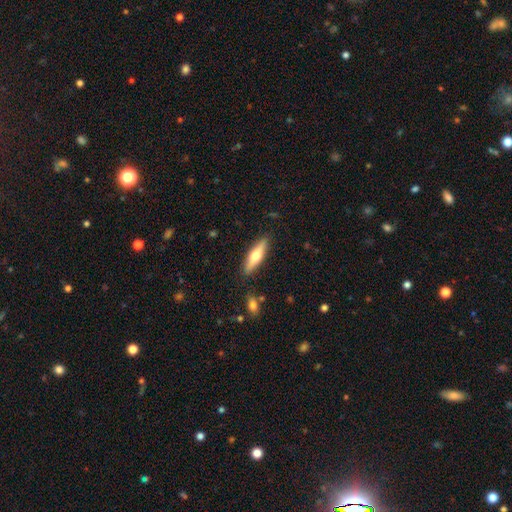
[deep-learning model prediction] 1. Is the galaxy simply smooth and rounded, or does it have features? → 52% smooth, 42% featured or disk, 6% star or artifact.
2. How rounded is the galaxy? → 65% cigar-shaped, 33% in between, 2% round.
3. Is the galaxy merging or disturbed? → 87% none, 9% minor disturbance, 2% major disturbance, 2% merger.